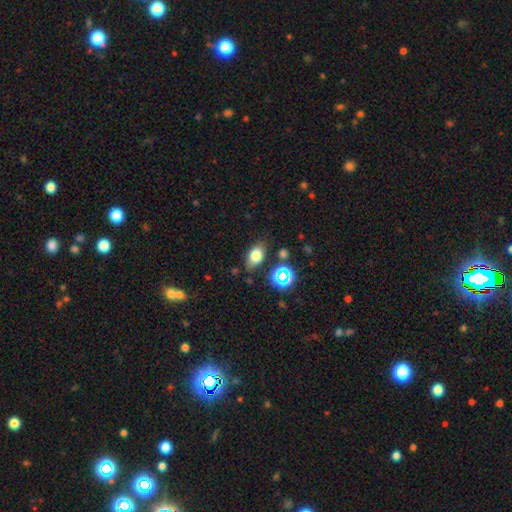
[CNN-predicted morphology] Q: Smooth or featured?
A: smooth (75%); runner-up: star or artifact (14%)
Q: How rounded?
A: in between (83%); runner-up: round (14%)
Q: Merging?
A: none (78%); runner-up: minor disturbance (13%)